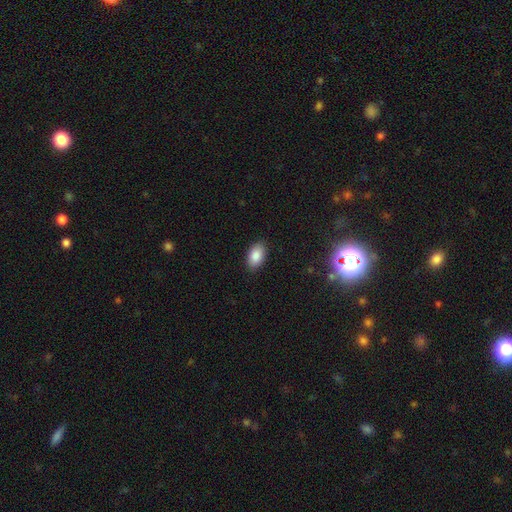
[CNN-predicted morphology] type=smooth (87%); roundness=in between (93%); merging=none (88%).